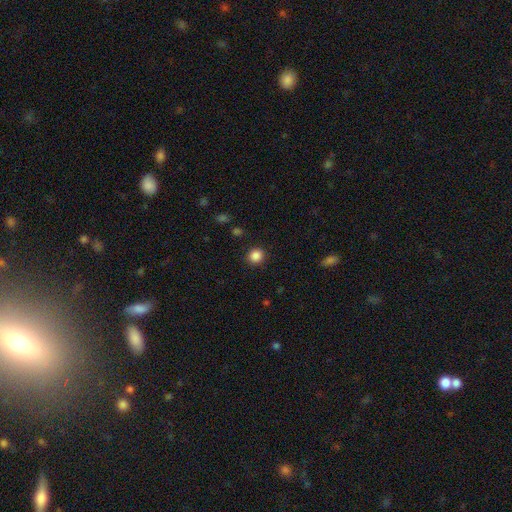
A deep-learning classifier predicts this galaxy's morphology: type=smooth (86%); roundness=round (89%); merging=none (91%).